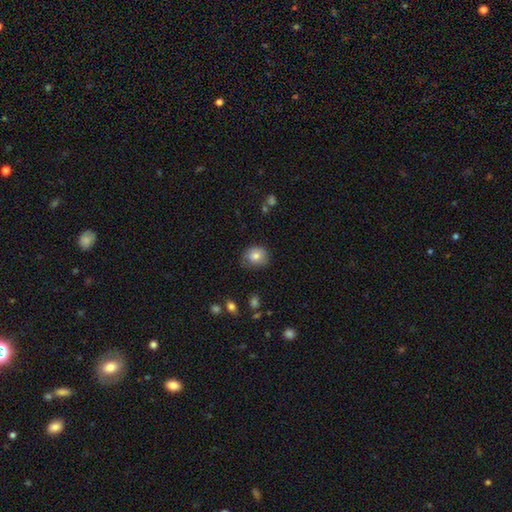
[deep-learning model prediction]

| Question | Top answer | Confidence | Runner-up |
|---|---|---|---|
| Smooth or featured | smooth | 81% | featured or disk (10%) |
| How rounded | round | 70% | in between (29%) |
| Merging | none | 76% | minor disturbance (19%) |